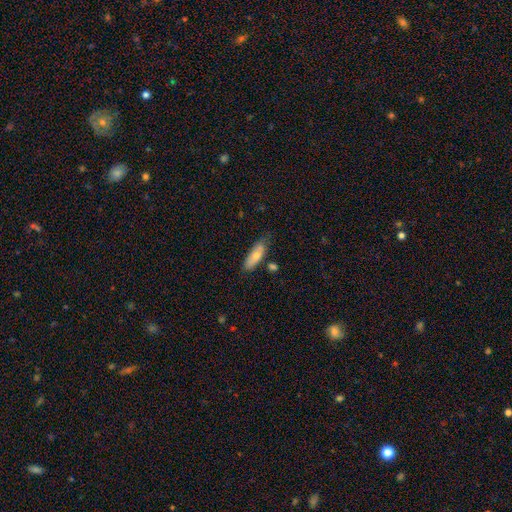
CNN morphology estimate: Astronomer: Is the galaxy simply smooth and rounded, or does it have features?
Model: smooth — 70%.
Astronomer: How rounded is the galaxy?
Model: in between — 59% (runner-up: cigar-shaped, 39%).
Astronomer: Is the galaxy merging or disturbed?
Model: none — 66%.